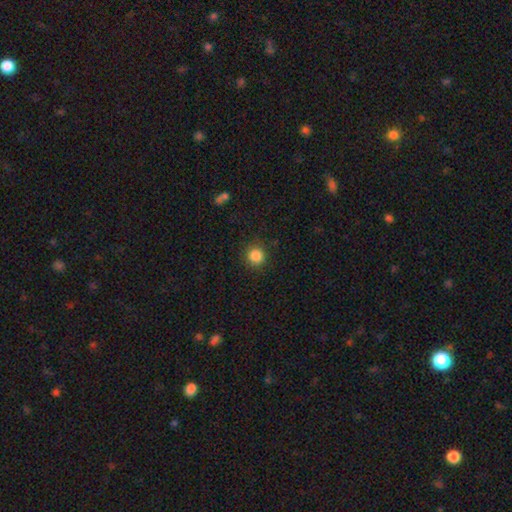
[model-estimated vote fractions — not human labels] Morphology: type=smooth (86%); roundness=round (93%); merging=none (89%).